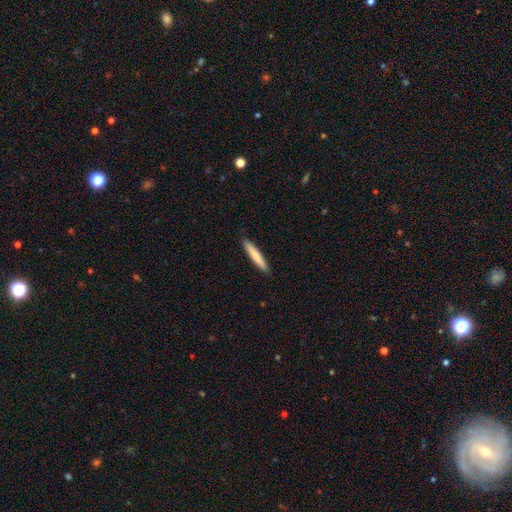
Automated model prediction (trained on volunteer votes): A smooth galaxy with no disk features (76%) that is cigar-shaped (93%).

Vote fractions:
- Smooth or featured? smooth: 76% / featured or disk: 18% / star or artifact: 5%
- How rounded? cigar-shaped: 93% / in between: 6% / round: 1%
- Merging? none: 91% / minor disturbance: 7% / major disturbance: 1% / merger: 1%